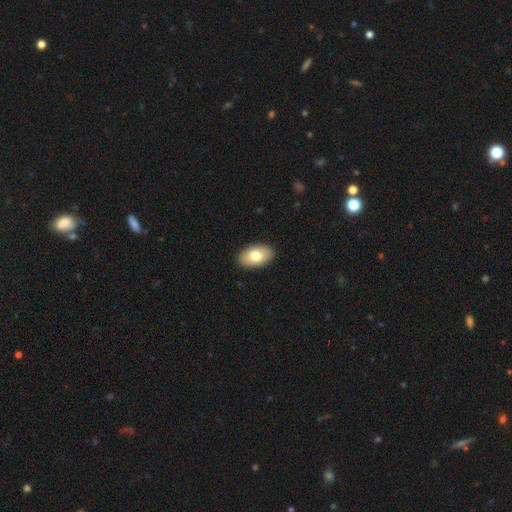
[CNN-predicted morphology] Smooth or featured?
  - smooth: 78% *
  - featured or disk: 16%
  - star or artifact: 7%
How rounded?
  - in between: 93% *
  - round: 5%
  - cigar-shaped: 1%
Merging?
  - none: 90% *
  - minor disturbance: 7%
  - major disturbance: 2%
  - merger: 1%